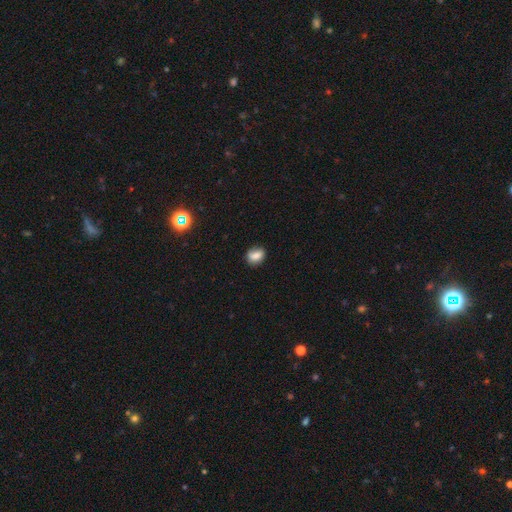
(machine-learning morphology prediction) Smooth or featured?
  - smooth: 77% *
  - featured or disk: 13%
  - star or artifact: 10%
How rounded?
  - in between: 57% *
  - round: 41%
  - cigar-shaped: 2%
Merging?
  - none: 67% *
  - minor disturbance: 23%
  - major disturbance: 6%
  - merger: 5%